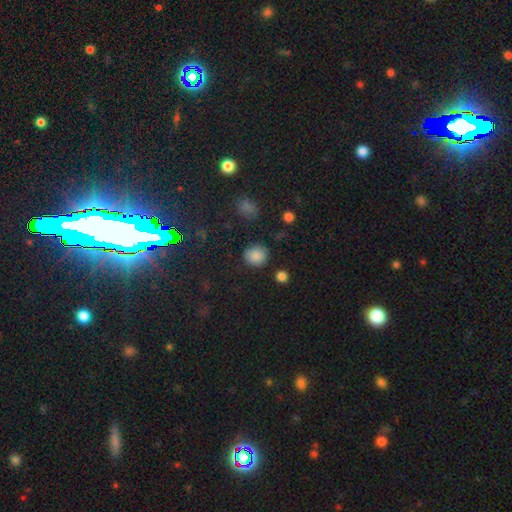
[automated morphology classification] A smooth galaxy with no disk features (84%) that is round (85%). Merging: none (82%).